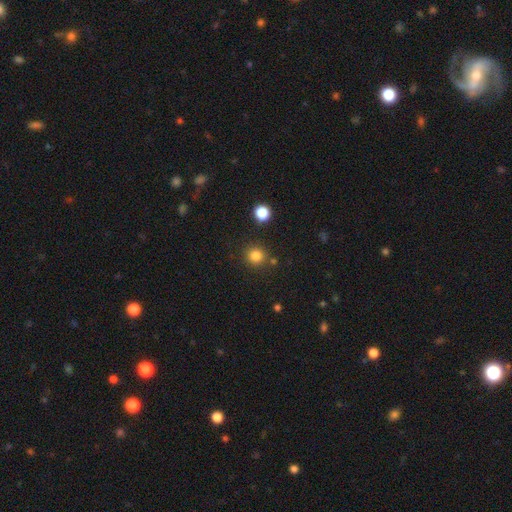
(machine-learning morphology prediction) type=smooth (82%); roundness=round (92%); merging=none (85%).